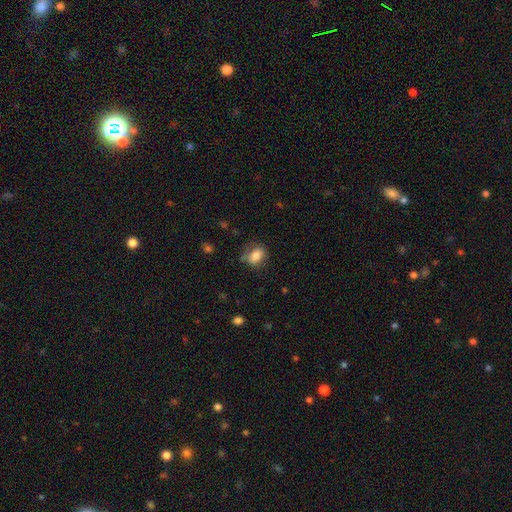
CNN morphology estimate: Smooth or featured? Predicted: smooth (p=0.79). How rounded? Predicted: in between (p=0.68). Merging? Predicted: none (p=0.65).